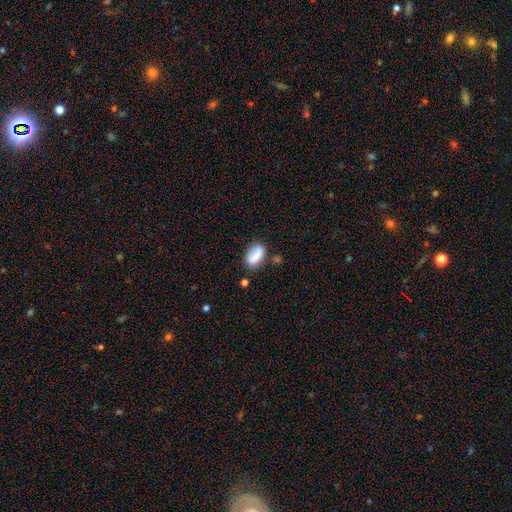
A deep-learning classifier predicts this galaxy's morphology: Smooth or featured: smooth — 75% (featured or disk — 16%)
How rounded: in between — 82% (cigar-shaped — 11%)
Merging: none — 63% (minor disturbance — 21%)